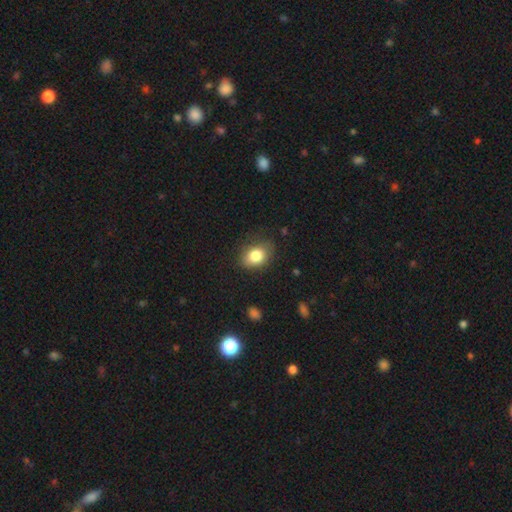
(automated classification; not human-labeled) Q: Smooth or featured?
A: smooth (82%); runner-up: featured or disk (10%)
Q: How rounded?
A: in between (71%); runner-up: round (28%)
Q: Merging?
A: none (75%); runner-up: minor disturbance (18%)